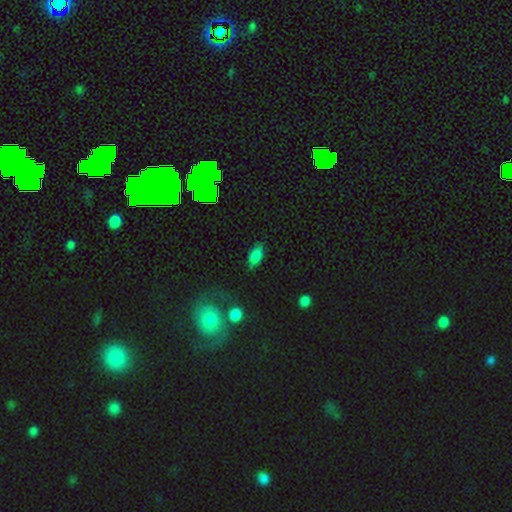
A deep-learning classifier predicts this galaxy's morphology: The model was most divided on "merging": none: 76%, minor disturbance: 17%, major disturbance: 5%, merger: 2%. More confident: how rounded — in between (89%); smooth or featured — smooth (80%).